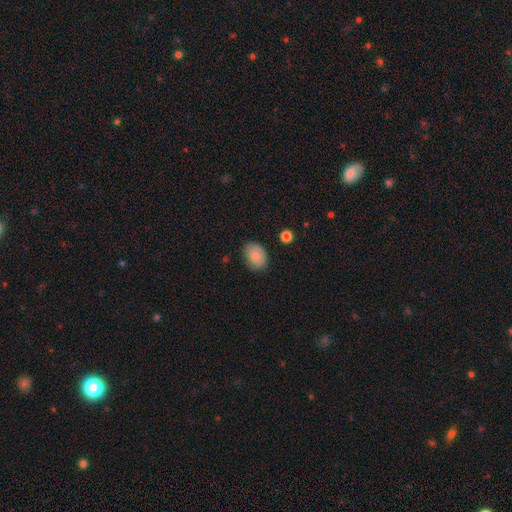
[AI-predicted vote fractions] A smooth galaxy with no disk features (80%) that is in between round and cigar-shaped (67%).

Vote fractions:
- Smooth or featured? smooth: 80% / featured or disk: 12% / star or artifact: 8%
- How rounded? in between: 67% / round: 32% / cigar-shaped: 1%
- Merging? none: 72% / minor disturbance: 22% / major disturbance: 5% / merger: 1%